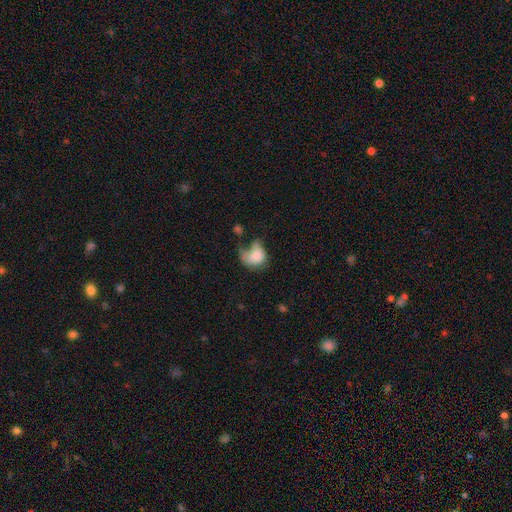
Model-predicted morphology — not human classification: The model was most divided on "merging": major disturbance: 37%, minor disturbance: 25%, none: 22%, merger: 16%. More confident: smooth or featured — smooth (73%); how rounded — in between (58%).